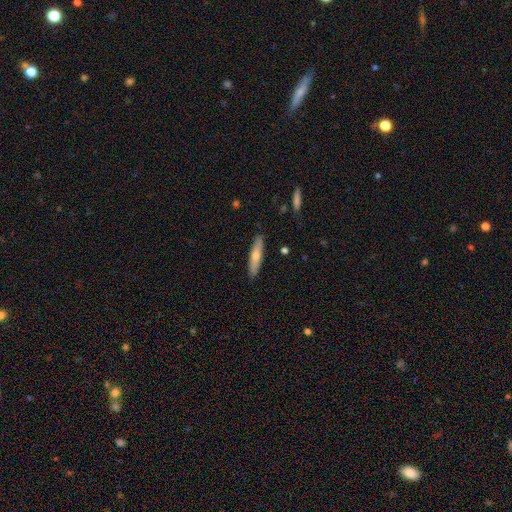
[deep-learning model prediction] This is possibly a smooth galaxy (56%). How rounded: clearly cigar-shaped (84%). Merging: clearly none (89%).